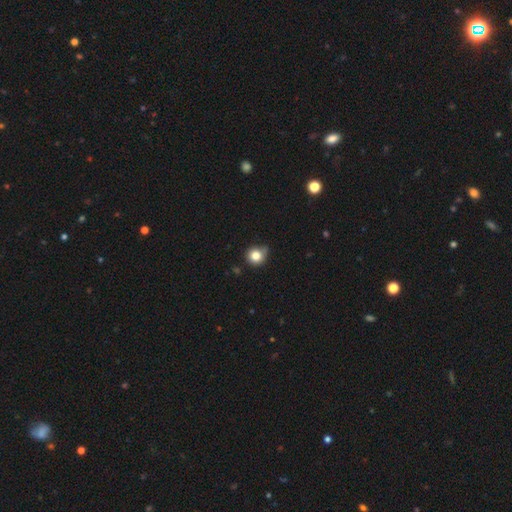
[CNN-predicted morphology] This appears to be a smooth galaxy with no disk features (82%) that is round (90%). Merging: none (68%).